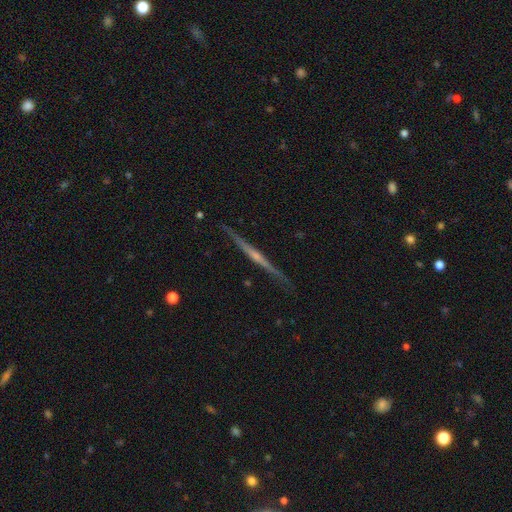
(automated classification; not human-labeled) Smooth or featured? featured or disk (77%)
Edge-on disk? yes (98%)
Edge-on bulge? rounded (65%)
Merging? none (89%)